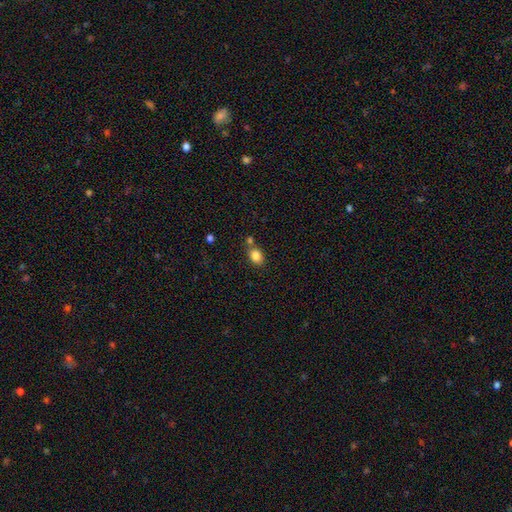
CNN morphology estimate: smooth_or_featured: smooth (p=0.84) [alt: star or artifact p=0.10]
how_rounded: in between (p=0.66) [alt: round p=0.33]
merging: none (p=0.64) [alt: merger p=0.21]